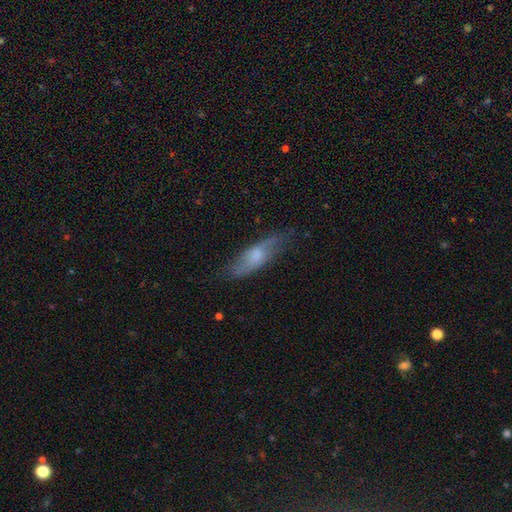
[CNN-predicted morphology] Smooth or featured: smooth — 55% (featured or disk — 38%)
How rounded: cigar-shaped — 52% (in between — 45%)
Merging: none — 70% (minor disturbance — 22%)